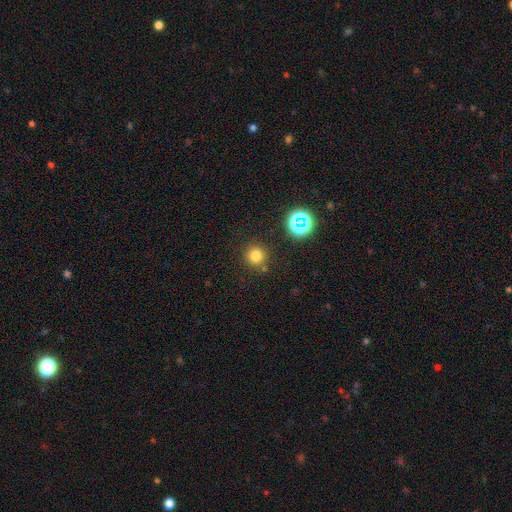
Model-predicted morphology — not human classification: This is likely a smooth galaxy (75%). How rounded: clearly round (95%). Merging: clearly none (83%).